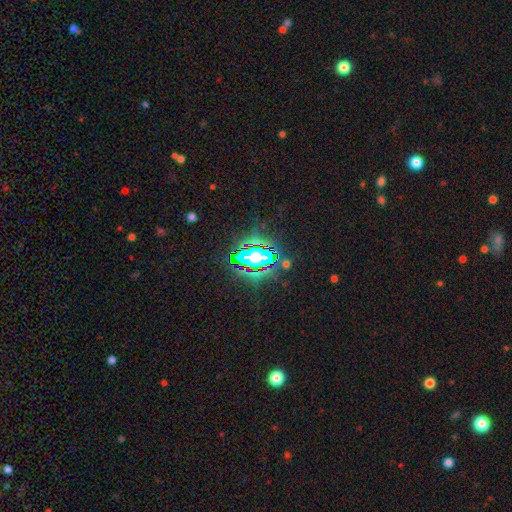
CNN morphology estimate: Q: Smooth or featured?
A: star or artifact (82%); runner-up: smooth (10%)